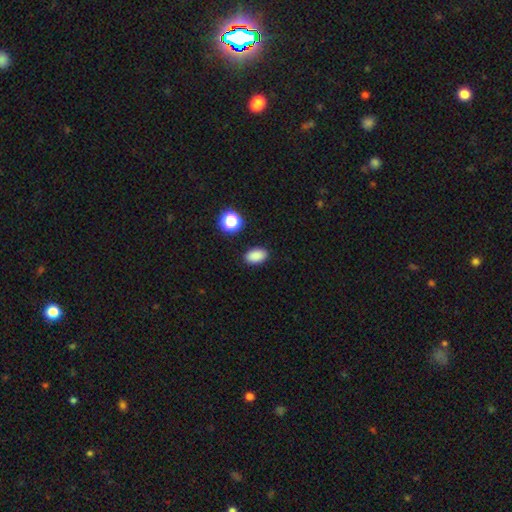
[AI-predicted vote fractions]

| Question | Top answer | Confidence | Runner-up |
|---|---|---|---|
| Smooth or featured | smooth | 87% | star or artifact (10%) |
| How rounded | in between | 89% | round (10%) |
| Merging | none | 88% | minor disturbance (8%) |